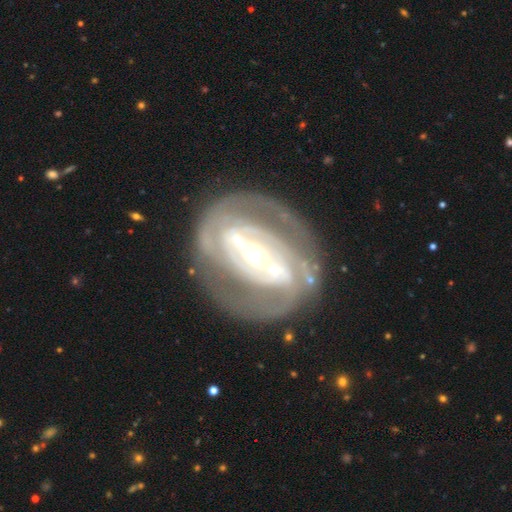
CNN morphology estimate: This is clearly a featured or disk galaxy (87%). It is clearly not viewed edge-on (93%). Bar: likely strong (71%). Spiral arm pattern: clearly yes (87%). Spiral arm count: possibly 2 (48%). Spiral winding: likely tight (66%). Central bulge: possibly moderate (48%). Merging: likely none (74%).